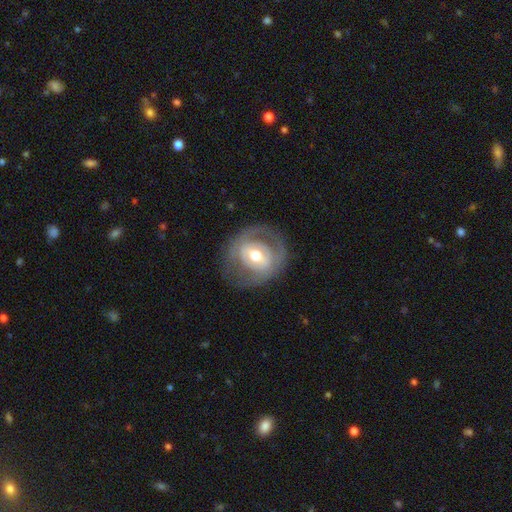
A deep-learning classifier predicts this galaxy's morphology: type=featured or disk (65%); edge-on=no (95%); bar=weak (39%); spiral arms=no (59%); bulge=moderate (71%); merging=none (73%).